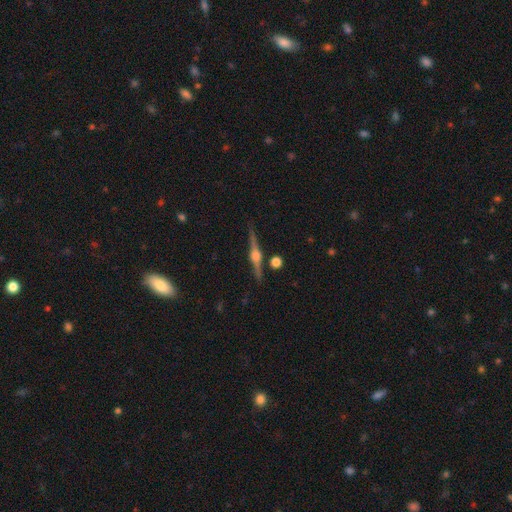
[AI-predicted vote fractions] smooth_or_featured: featured or disk (p=0.84) [alt: smooth p=0.09]
disk_edge_on: yes (p=0.98) [alt: no p=0.02]
edge_on_bulge: rounded (p=0.91) [alt: boxy p=0.07]
merging: none (p=0.88) [alt: minor disturbance p=0.08]